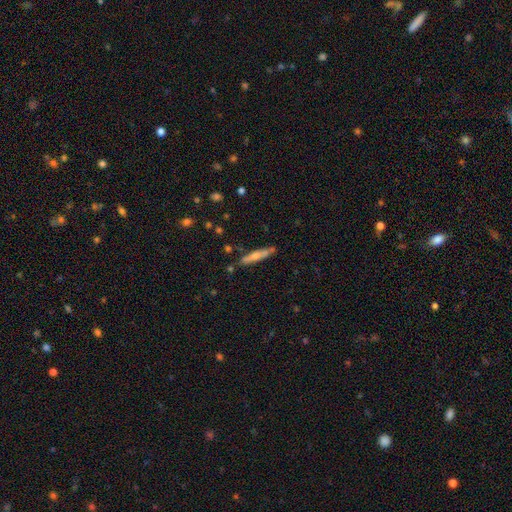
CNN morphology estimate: Smooth or featured? smooth (55%)
How rounded? cigar-shaped (88%)
Merging? none (75%)